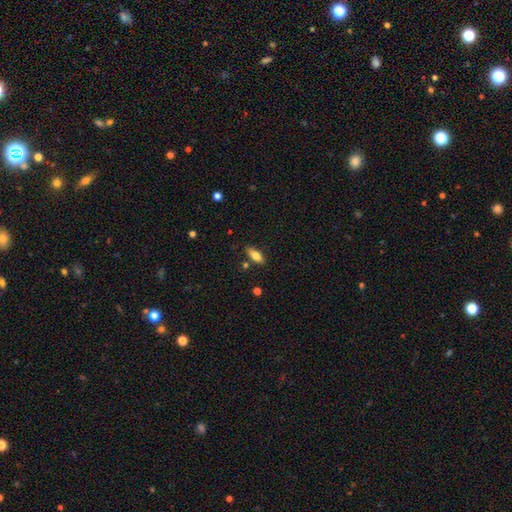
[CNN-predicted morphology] Smooth or featured?
  - smooth: 72% *
  - featured or disk: 21%
  - star or artifact: 7%
How rounded?
  - in between: 74% *
  - cigar-shaped: 23%
  - round: 3%
Merging?
  - none: 81% *
  - minor disturbance: 13%
  - merger: 4%
  - major disturbance: 3%